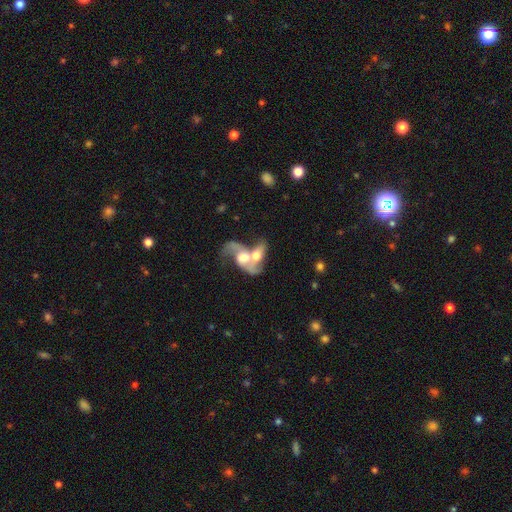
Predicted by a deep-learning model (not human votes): Q: Smooth or featured?
A: featured or disk (70%); runner-up: smooth (20%)
Q: Edge-on disk?
A: no (95%); runner-up: yes (5%)
Q: Bar?
A: no (64%); runner-up: weak (27%)
Q: Spiral arms?
A: yes (80%); runner-up: no (20%)
Q: Spiral winding?
A: loose (59%); runner-up: medium (30%)
Q: Spiral arm count?
A: 2 (62%); runner-up: 1 (18%)
Q: Bulge size?
A: moderate (59%); runner-up: small (18%)
Q: Merging?
A: merger (75%); runner-up: none (12%)